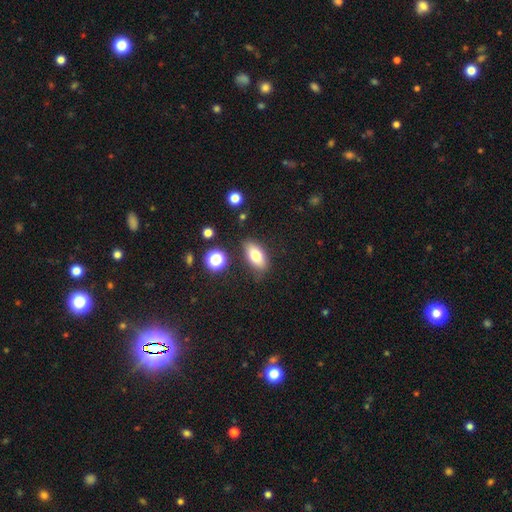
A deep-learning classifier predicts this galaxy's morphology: This is likely a smooth galaxy (75%). How rounded: clearly in between (84%). Merging: likely none (80%).